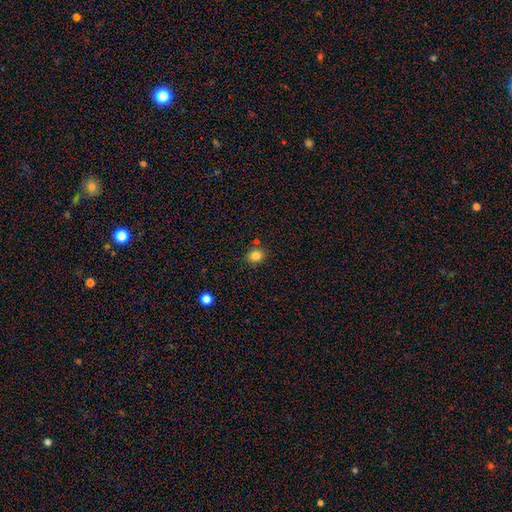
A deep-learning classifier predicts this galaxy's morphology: Smooth or featured? Predicted: smooth (p=0.83). How rounded? Predicted: round (p=0.69). Merging? Predicted: none (p=0.82).